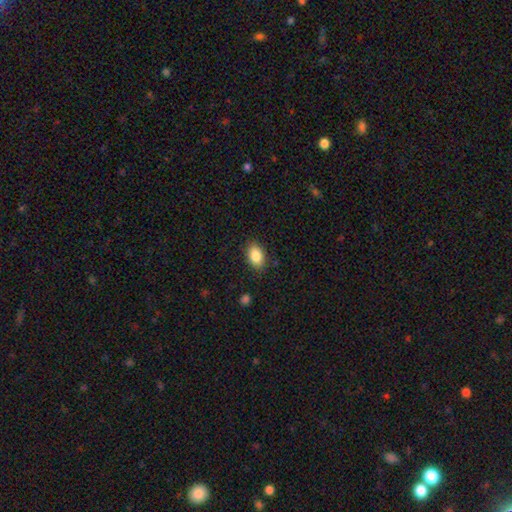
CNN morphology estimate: smooth 87%, star or artifact 8%, featured or disk 6%. Down the decision tree: how rounded — in between (86%); merging — none (85%).